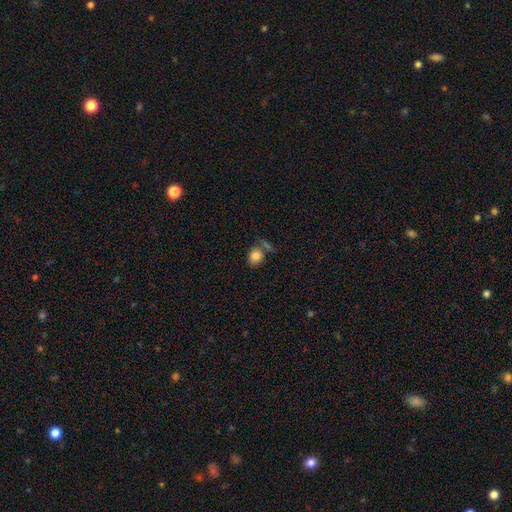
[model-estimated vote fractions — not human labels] A smooth galaxy with no disk features (83%) that is round (50%).

Vote fractions:
- Smooth or featured? smooth: 83% / star or artifact: 9% / featured or disk: 8%
- How rounded? round: 50% / in between: 49% / cigar-shaped: 1%
- Merging? none: 55% / merger: 21% / minor disturbance: 17% / major disturbance: 7%